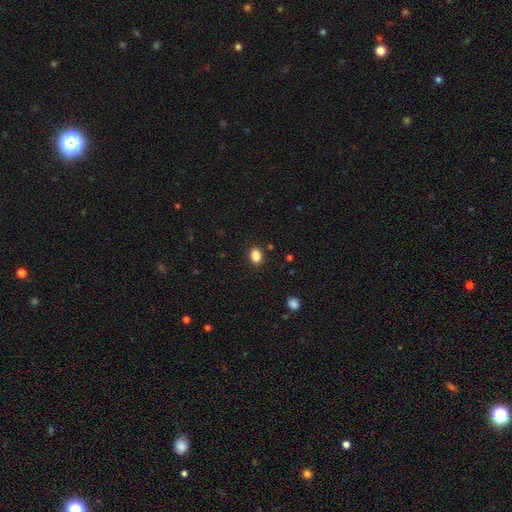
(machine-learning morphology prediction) type=smooth (86%); roundness=in between (70%); merging=none (88%).